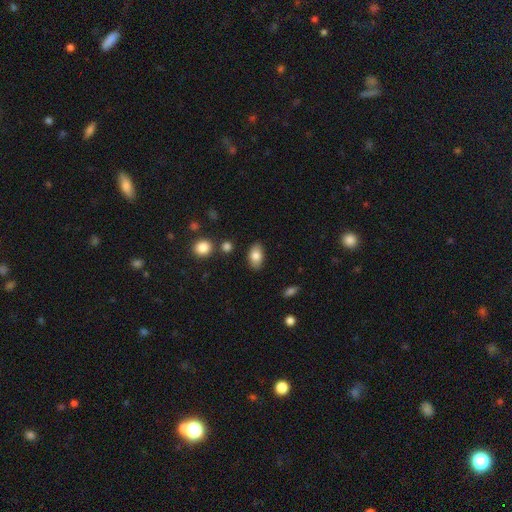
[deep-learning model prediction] The model was most divided on "smooth or featured": smooth: 81%, featured or disk: 11%, star or artifact: 7%. More confident: how rounded — in between (92%); merging — none (84%).